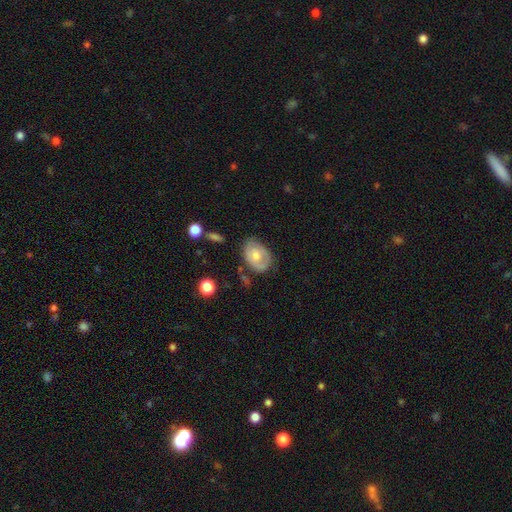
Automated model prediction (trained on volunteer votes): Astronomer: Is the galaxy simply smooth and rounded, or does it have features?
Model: smooth — 47% (runner-up: featured or disk, 46%).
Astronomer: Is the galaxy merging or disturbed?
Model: none — 62%.